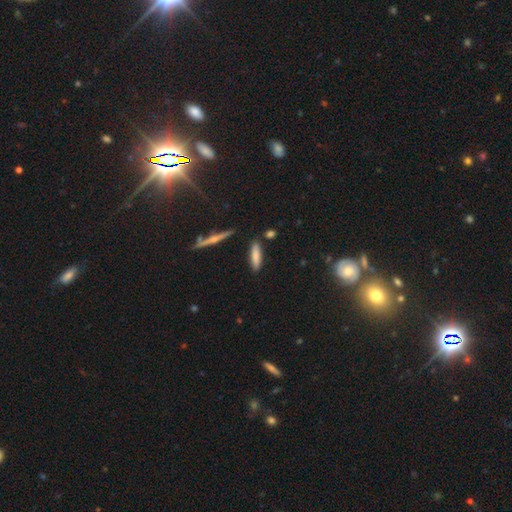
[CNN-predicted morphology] smooth-or-featured: smooth: 78% | featured or disk: 15% | star or artifact: 7%
  how-rounded: cigar-shaped: 68% | in between: 30% | round: 2%
  merging: none: 83% | minor disturbance: 10% | merger: 4% | major disturbance: 2%